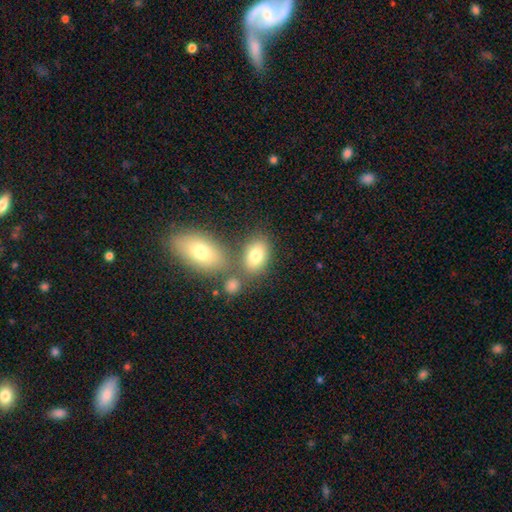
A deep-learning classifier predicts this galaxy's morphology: This appears to be a smooth galaxy with no disk features (78%) that is in between round and cigar-shaped (82%). Merging: none (62%).